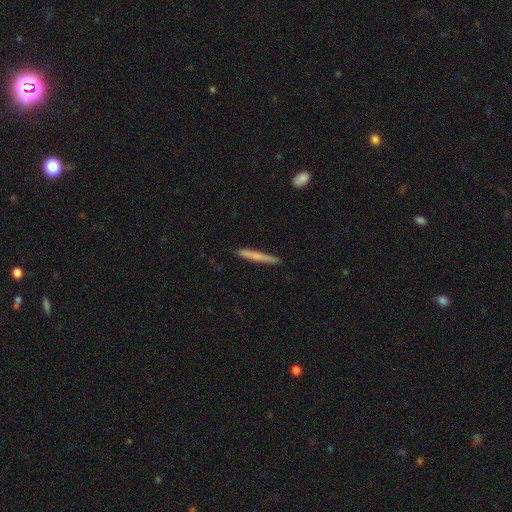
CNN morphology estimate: The model was most divided on "smooth or featured": smooth: 64%, featured or disk: 30%, star or artifact: 6%. More confident: how rounded — cigar-shaped (96%); merging — none (88%).